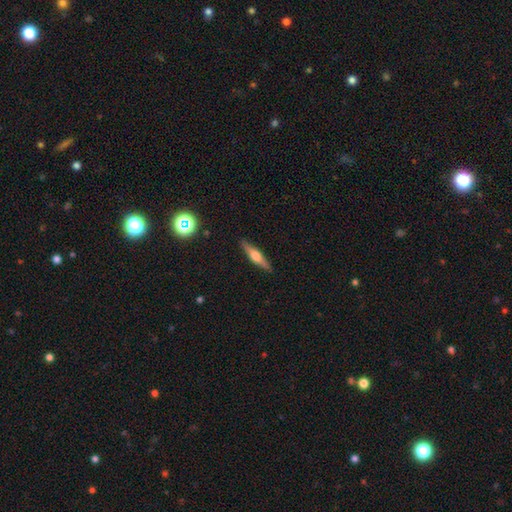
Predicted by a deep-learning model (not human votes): Smooth or featured?
  - featured or disk: 59% *
  - smooth: 34%
  - star or artifact: 7%
Edge-on disk?
  - yes: 96% *
  - no: 4%
Edge-on bulge?
  - rounded: 91% *
  - boxy: 5%
  - none: 4%
Merging?
  - none: 90% *
  - minor disturbance: 7%
  - major disturbance: 2%
  - merger: 1%